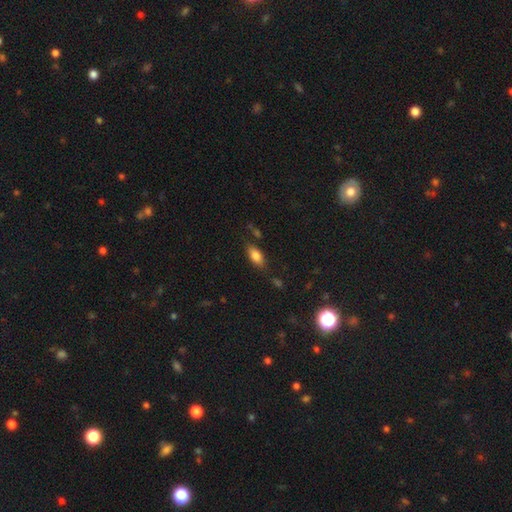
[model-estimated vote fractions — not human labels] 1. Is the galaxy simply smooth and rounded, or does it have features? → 81% smooth, 11% featured or disk, 8% star or artifact.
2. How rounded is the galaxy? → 87% in between, 10% cigar-shaped, 3% round.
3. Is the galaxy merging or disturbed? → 74% none, 17% minor disturbance, 5% major disturbance, 4% merger.